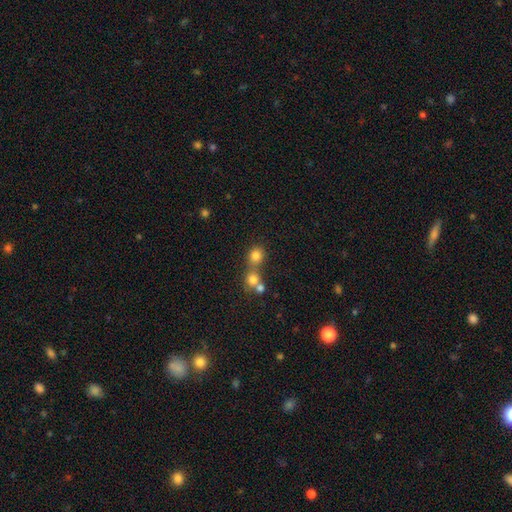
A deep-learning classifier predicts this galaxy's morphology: A smooth galaxy with no disk features (78%) that is round (83%). Merging: none (48%).